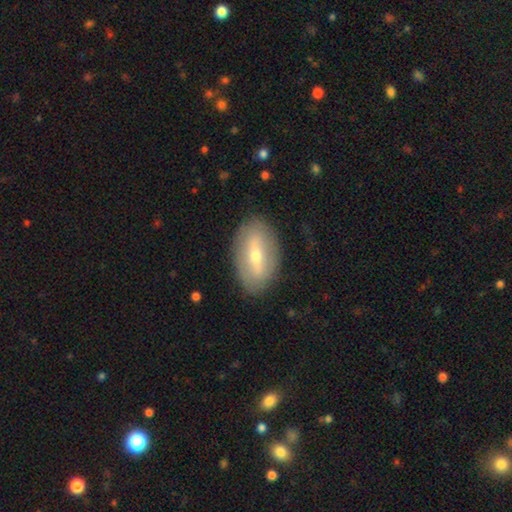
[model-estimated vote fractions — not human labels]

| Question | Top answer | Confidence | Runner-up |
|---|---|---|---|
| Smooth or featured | featured or disk | 52% | smooth (41%) |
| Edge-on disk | no | 82% | yes (18%) |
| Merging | none | 84% | minor disturbance (11%) |